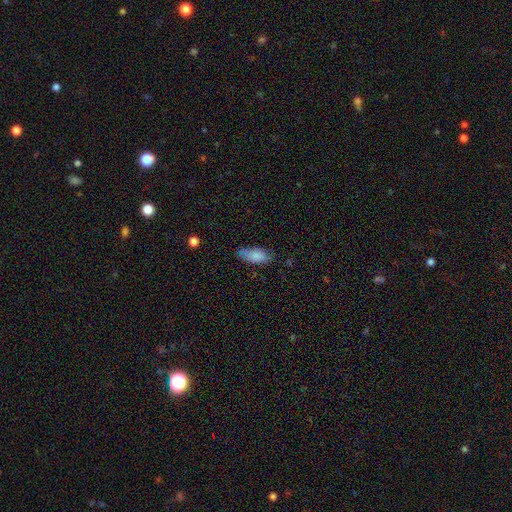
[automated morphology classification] Smooth or featured?
  - smooth: 83% *
  - featured or disk: 10%
  - star or artifact: 7%
How rounded?
  - in between: 83% *
  - cigar-shaped: 15%
  - round: 2%
Merging?
  - none: 67% *
  - minor disturbance: 25%
  - major disturbance: 5%
  - merger: 2%